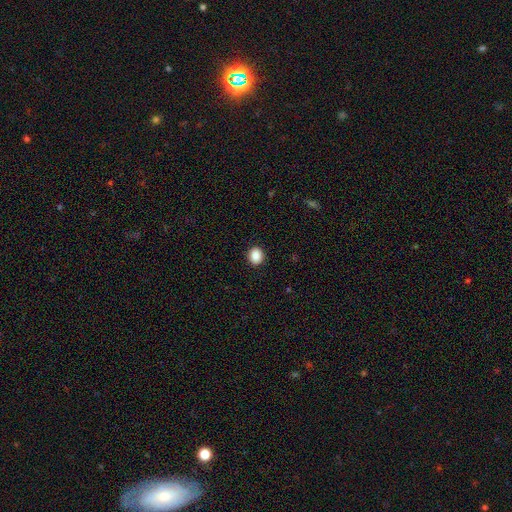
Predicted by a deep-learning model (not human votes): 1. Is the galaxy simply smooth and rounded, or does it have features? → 89% smooth, 9% star or artifact, 3% featured or disk.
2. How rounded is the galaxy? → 69% round, 30% in between, 1% cigar-shaped.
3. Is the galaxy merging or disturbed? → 92% none, 6% minor disturbance, 2% major disturbance, 1% merger.